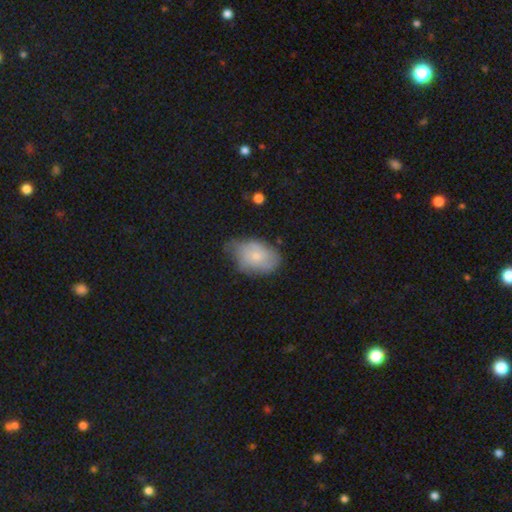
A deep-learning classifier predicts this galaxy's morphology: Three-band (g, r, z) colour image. It shows a smooth galaxy with no disk features (58%) that is in between round and cigar-shaped (83%). Merging: none (46%).